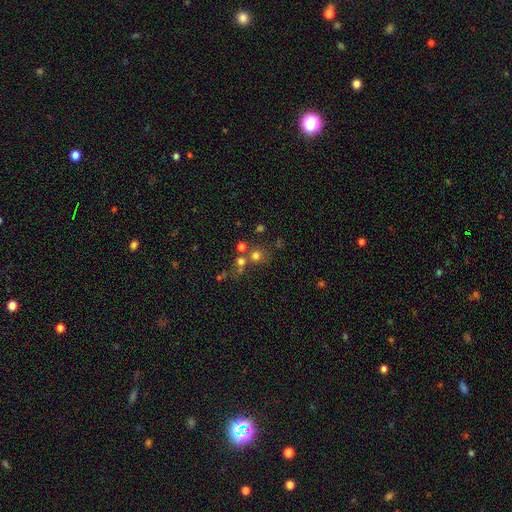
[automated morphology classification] A smooth galaxy with no disk features (67%) that is round (89%).

Vote fractions:
- Smooth or featured? smooth: 67% / star or artifact: 21% / featured or disk: 13%
- How rounded? round: 89% / in between: 10% / cigar-shaped: 1%
- Merging? none: 57% / merger: 31% / minor disturbance: 7% / major disturbance: 5%